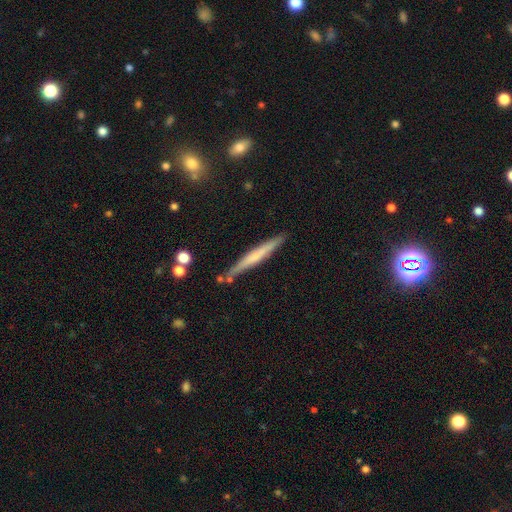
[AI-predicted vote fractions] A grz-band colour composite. It shows a smooth galaxy with no disk features (49%). Merging: none (84%).